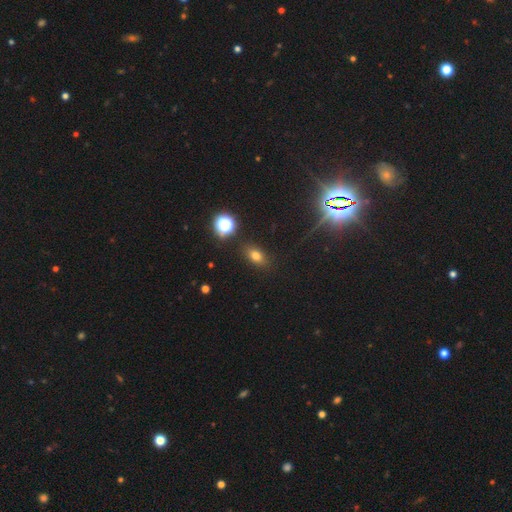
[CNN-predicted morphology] smooth 70%, star or artifact 20%, featured or disk 9%. Down the decision tree: how rounded — in between (75%); merging — none (85%).